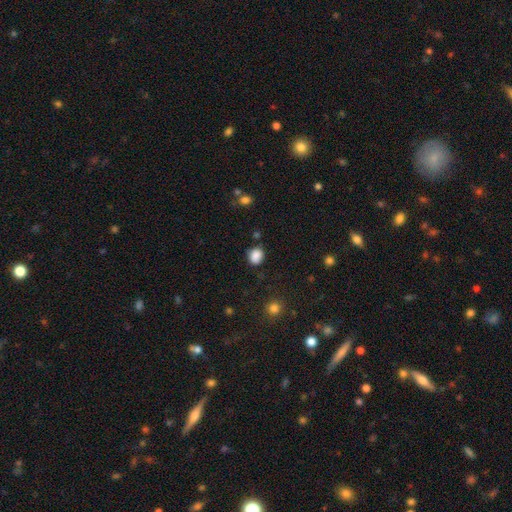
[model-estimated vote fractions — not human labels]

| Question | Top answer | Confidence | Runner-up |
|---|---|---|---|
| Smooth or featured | smooth | 86% | star or artifact (10%) |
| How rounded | round | 61% | in between (38%) |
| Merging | none | 76% | minor disturbance (17%) |